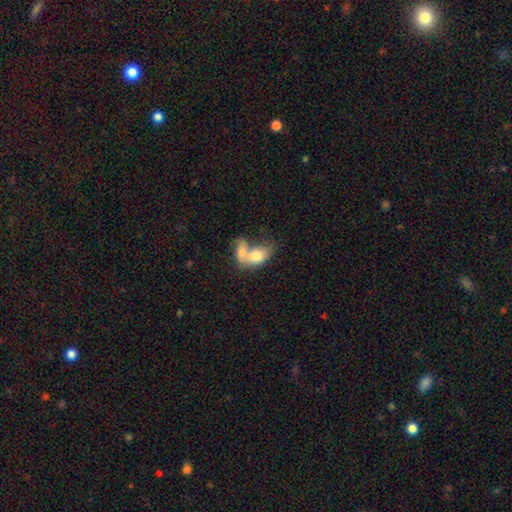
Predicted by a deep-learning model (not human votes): smooth_or_featured: smooth (p=0.68) [alt: featured or disk p=0.25]
how_rounded: in between (p=0.82) [alt: round p=0.15]
merging: merger (p=0.78) [alt: none p=0.10]